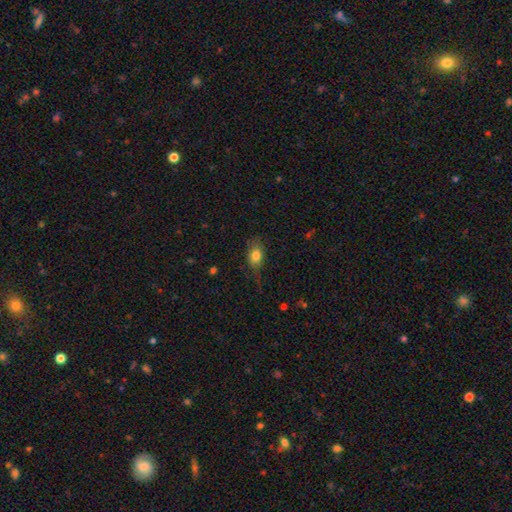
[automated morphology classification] Overall: smooth (78%). How rounded: in between (77%). Merging: none (57%; minor disturbance 29%).